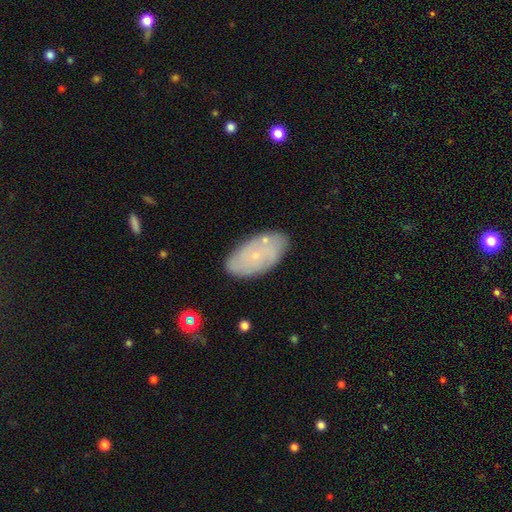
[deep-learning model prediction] Q: Smooth or featured?
A: featured or disk (48%); runner-up: smooth (45%)
Q: Merging?
A: none (77%); runner-up: minor disturbance (16%)